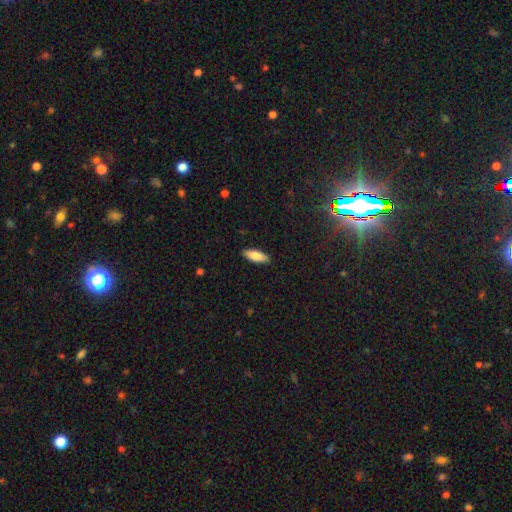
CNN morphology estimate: Smooth or featured: smooth — 84% (featured or disk — 11%)
How rounded: in between — 68% (cigar-shaped — 30%)
Merging: none — 89% (minor disturbance — 8%)